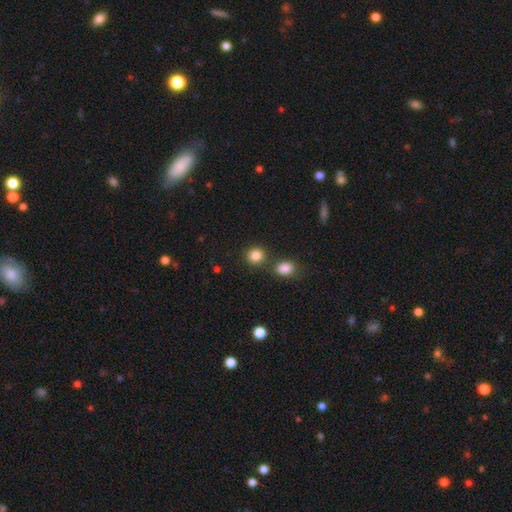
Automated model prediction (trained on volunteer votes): smooth_or_featured: smooth (p=0.84) [alt: star or artifact p=0.11]
how_rounded: round (p=0.83) [alt: in between p=0.16]
merging: none (p=0.74) [alt: merger p=0.14]